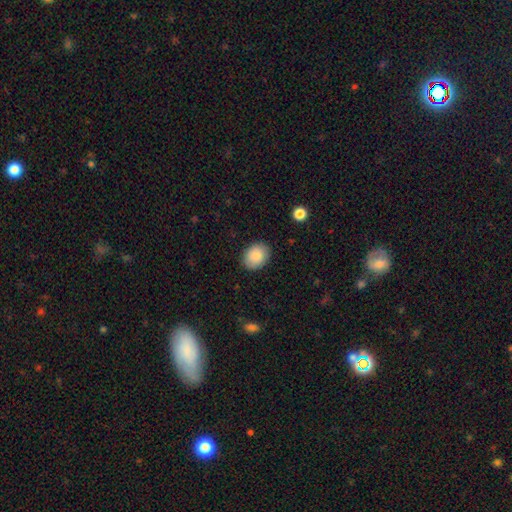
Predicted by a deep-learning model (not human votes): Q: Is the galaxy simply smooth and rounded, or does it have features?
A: smooth — 89%.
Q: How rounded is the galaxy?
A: in between — 59%.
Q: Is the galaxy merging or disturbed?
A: none — 86%.